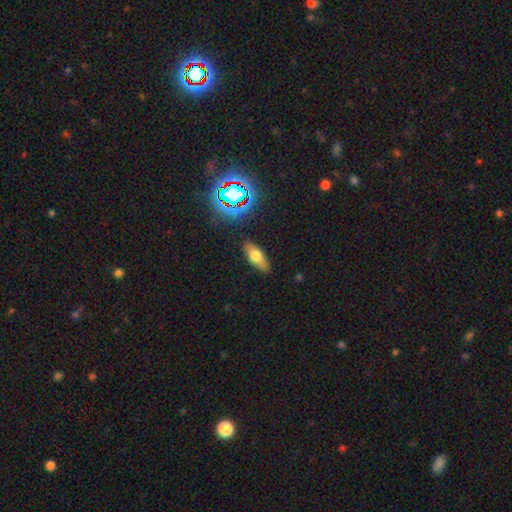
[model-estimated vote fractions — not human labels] Smooth or featured? Predicted: smooth (p=0.65). How rounded? Predicted: in between (p=0.73). Merging? Predicted: none (p=0.85).